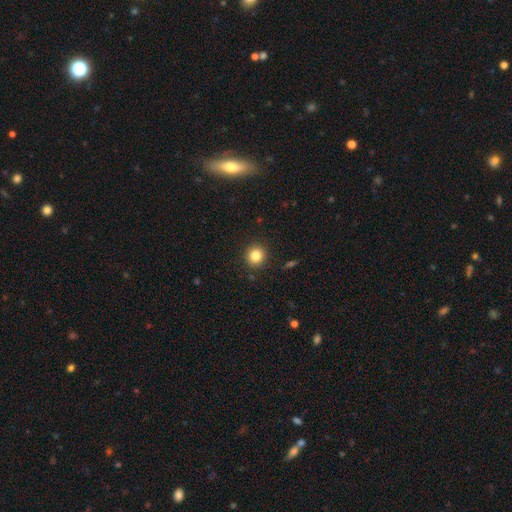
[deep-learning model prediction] Smooth or featured? smooth (84%)
How rounded? round (91%)
Merging? none (91%)